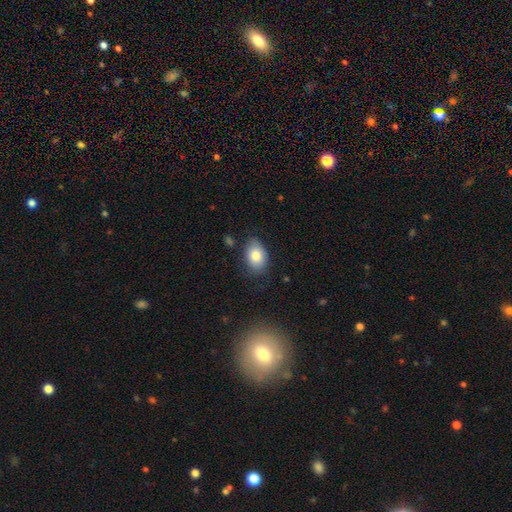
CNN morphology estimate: A smooth galaxy with no disk features (82%) that is in between round and cigar-shaped (84%). Merging: none (73%).